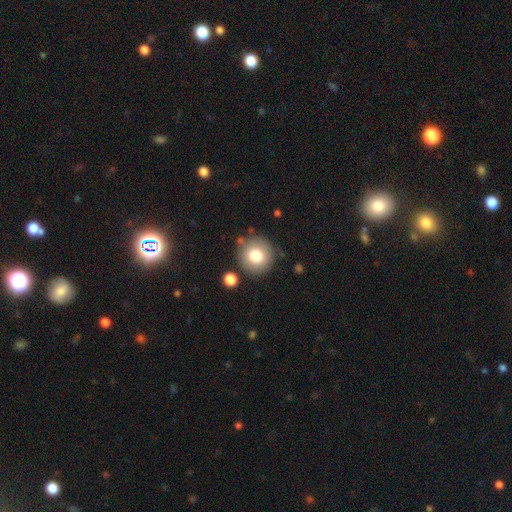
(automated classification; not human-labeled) smooth-or-featured: smooth: 78% | featured or disk: 12% | star or artifact: 9%
  how-rounded: round: 94% | in between: 5% | cigar-shaped: 1%
  merging: none: 83% | minor disturbance: 9% | merger: 4% | major disturbance: 3%